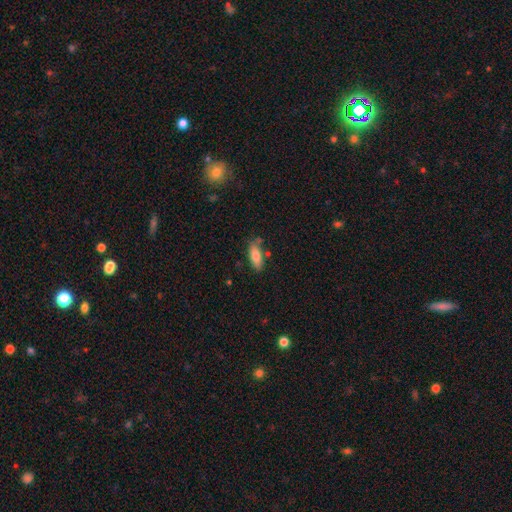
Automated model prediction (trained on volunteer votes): smooth 76%, featured or disk 17%, star or artifact 7%. Down the decision tree: how rounded — in between (66%); merging — none (71%).